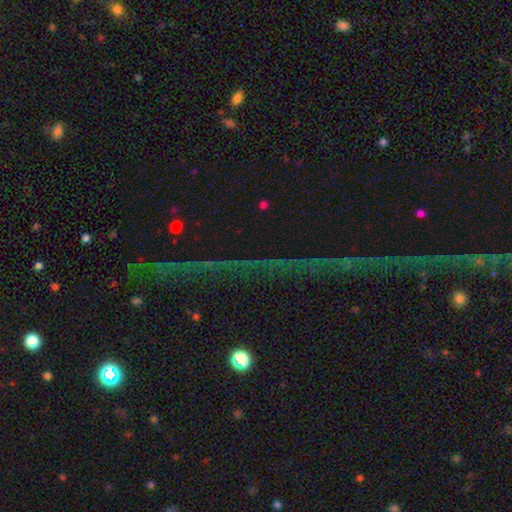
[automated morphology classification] Q: Smooth or featured?
A: star or artifact (73%); runner-up: featured or disk (15%)